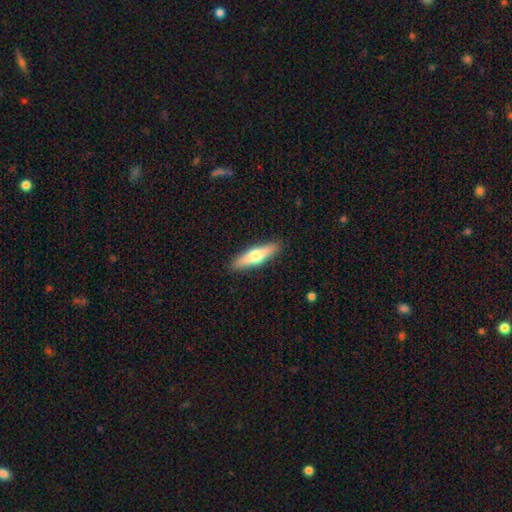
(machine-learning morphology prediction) type=smooth (52%); roundness=cigar-shaped (72%); merging=none (90%).